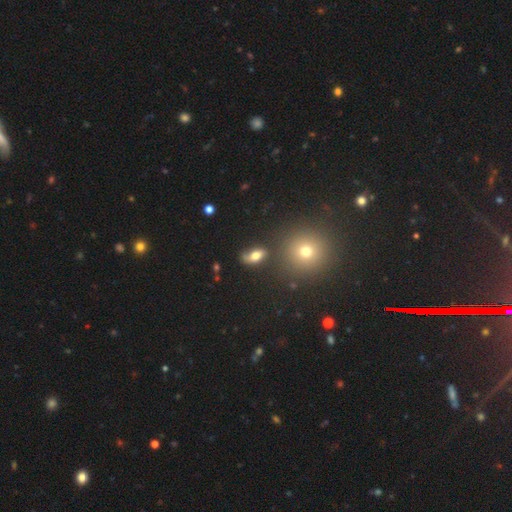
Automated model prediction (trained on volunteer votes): Overall: smooth (64%). How rounded: in between (83%). Merging: none (64%).